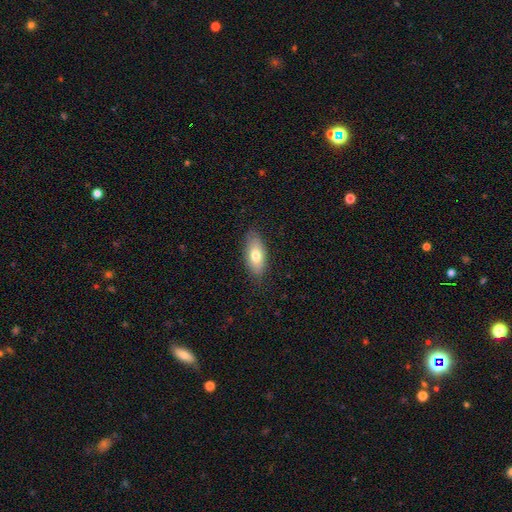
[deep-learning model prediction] A smooth galaxy with no disk features (75%) that is in between round and cigar-shaped (85%). Merging: none (84%).